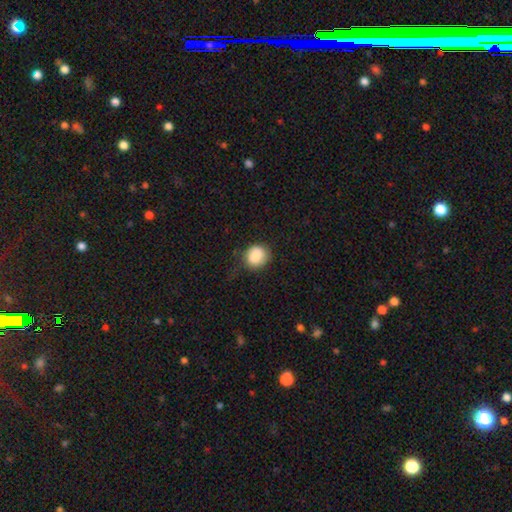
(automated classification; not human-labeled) Smooth or featured? smooth (85%)
How rounded? round (77%)
Merging? none (66%)